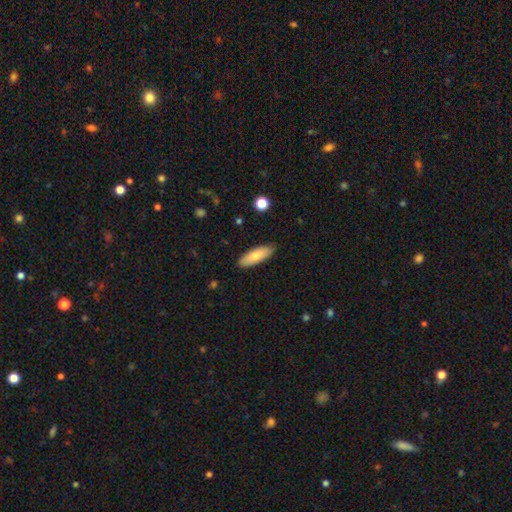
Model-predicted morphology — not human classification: A smooth galaxy with no disk features (77%) that is in between round and cigar-shaped (61%). Merging: none (87%).